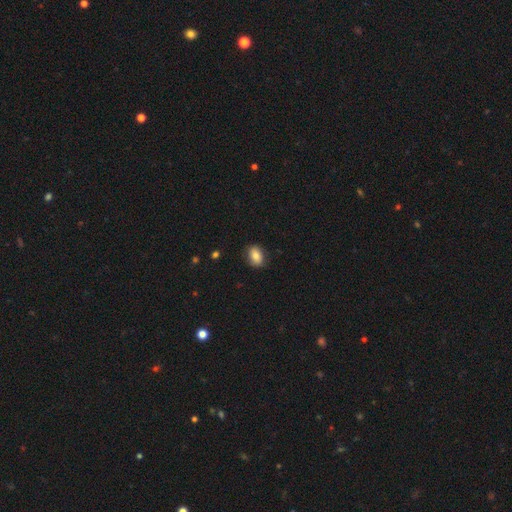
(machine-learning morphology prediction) smooth_or_featured: smooth (p=0.82) [alt: featured or disk p=0.10]
how_rounded: in between (p=0.73) [alt: round p=0.25]
merging: none (p=0.86) [alt: minor disturbance p=0.11]